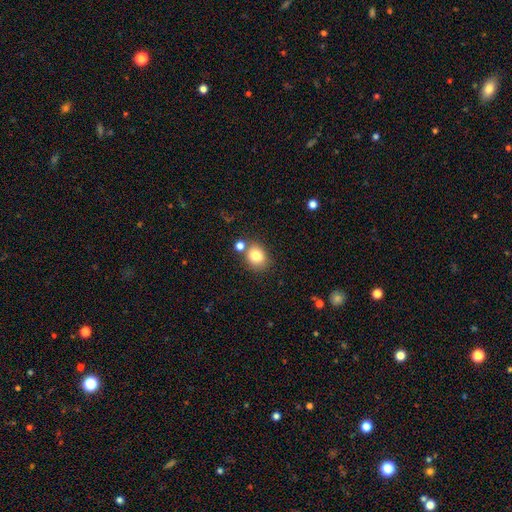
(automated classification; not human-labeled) smooth_or_featured: smooth (p=0.81) [alt: star or artifact p=0.10]
how_rounded: round (p=0.60) [alt: in between p=0.39]
merging: none (p=0.68) [alt: merger p=0.16]